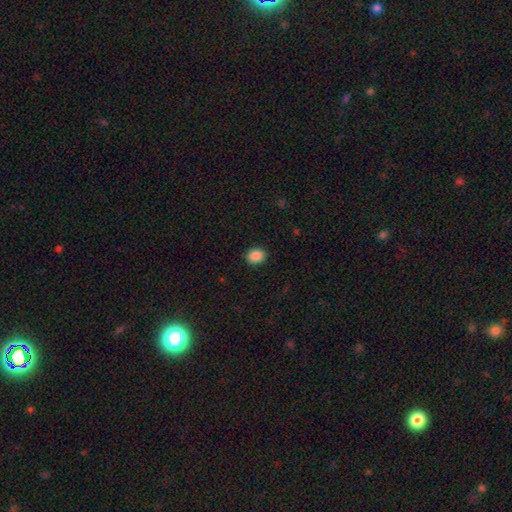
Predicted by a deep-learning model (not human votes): This appears to be a smooth galaxy with no disk features (88%) that is round (56%). Merging: none (91%).